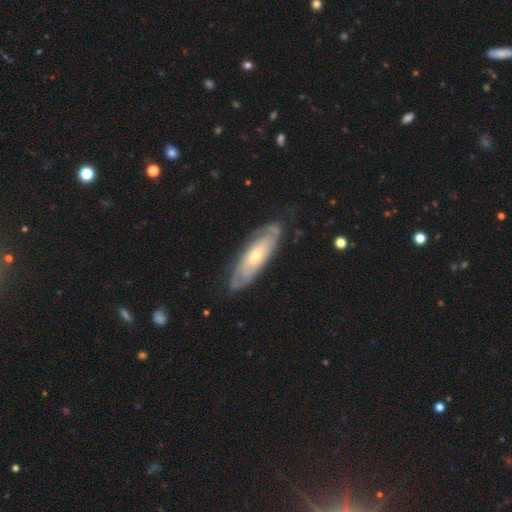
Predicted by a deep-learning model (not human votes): Smooth or featured?
  - featured or disk: 71% *
  - smooth: 24%
  - star or artifact: 5%
Edge-on disk?
  - no: 78% *
  - yes: 22%
Bar?
  - no: 70% *
  - weak: 24%
  - strong: 6%
Spiral arms?
  - yes: 81% *
  - no: 19%
Bulge size?
  - moderate: 49% *
  - small: 44%
  - large: 4%
  - none: 1%
  - dominant: 1%
Merging?
  - none: 77% *
  - minor disturbance: 17%
  - major disturbance: 5%
  - merger: 1%